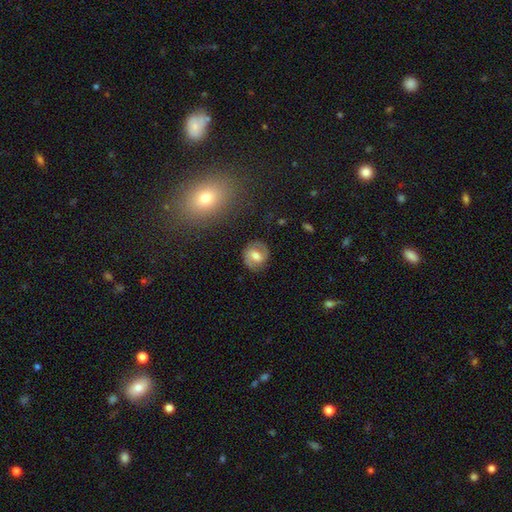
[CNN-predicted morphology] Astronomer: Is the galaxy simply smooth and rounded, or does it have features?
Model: featured or disk — 56% (runner-up: smooth, 36%).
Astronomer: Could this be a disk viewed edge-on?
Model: no — 97%.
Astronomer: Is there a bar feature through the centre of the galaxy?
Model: weak — 48% (runner-up: no, 28%).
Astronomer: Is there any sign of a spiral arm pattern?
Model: yes — 79%.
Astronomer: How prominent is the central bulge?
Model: moderate — 68%.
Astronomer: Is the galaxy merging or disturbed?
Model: none — 82%.